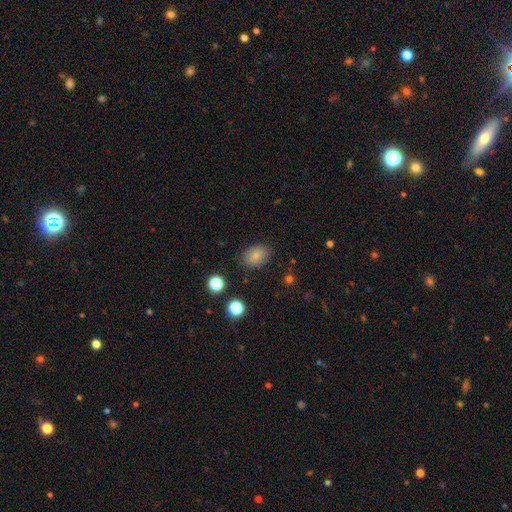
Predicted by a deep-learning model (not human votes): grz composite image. It shows a smooth galaxy with no disk features (82%) that is in between round and cigar-shaped (81%). Merging: none (83%).